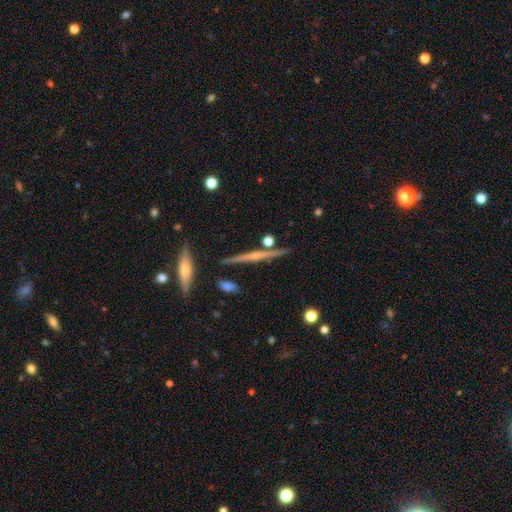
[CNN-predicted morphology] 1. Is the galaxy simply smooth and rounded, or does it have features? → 56% featured or disk, 23% smooth, 21% star or artifact.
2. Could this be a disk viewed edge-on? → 88% yes, 12% no.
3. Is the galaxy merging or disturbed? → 73% none, 11% merger, 10% minor disturbance, 6% major disturbance.